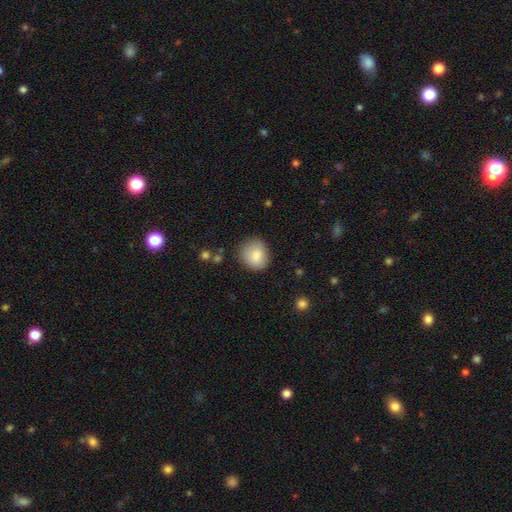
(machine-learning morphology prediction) A smooth galaxy with no disk features (84%) that is round (77%). Merging: none (80%).